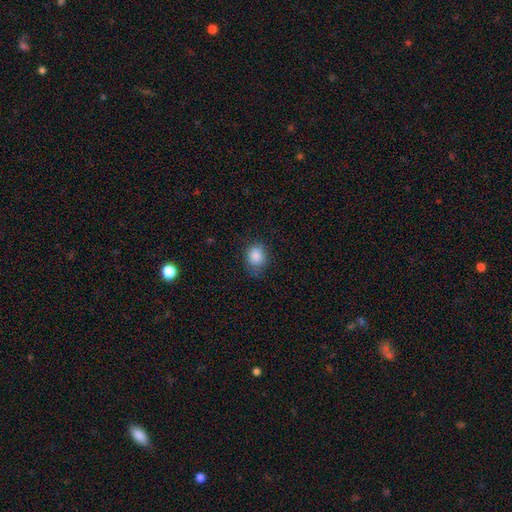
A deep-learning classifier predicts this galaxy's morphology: Smooth or featured? smooth (86%)
How rounded? round (55%)
Merging? none (69%)